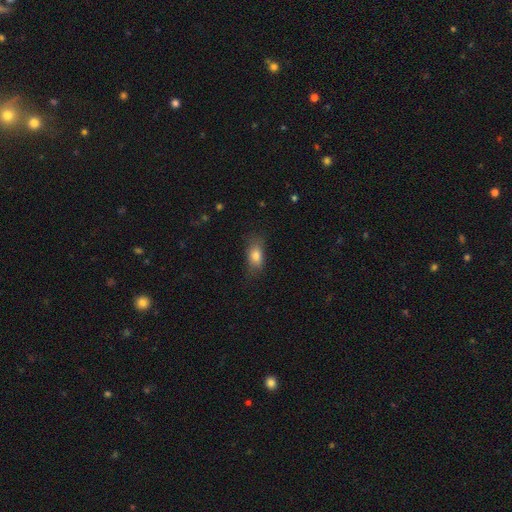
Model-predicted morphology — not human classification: smooth-or-featured: smooth: 78% | featured or disk: 13% | star or artifact: 9%
  how-rounded: in between: 83% | round: 10% | cigar-shaped: 7%
  merging: none: 68% | minor disturbance: 23% | major disturbance: 8% | merger: 1%